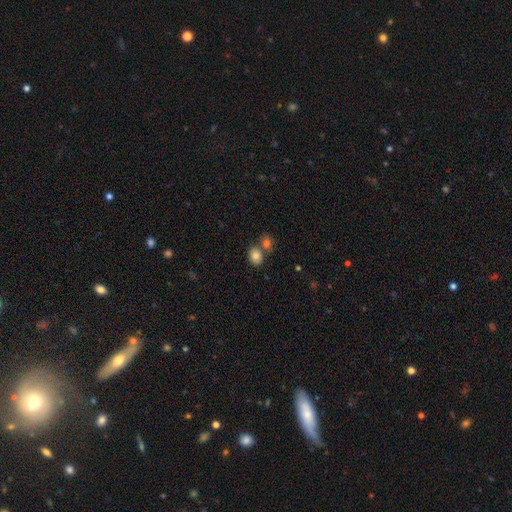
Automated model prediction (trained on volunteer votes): smooth-or-featured: smooth: 81% | star or artifact: 10% | featured or disk: 9%
  how-rounded: round: 54% | in between: 45% | cigar-shaped: 1%
  merging: none: 55% | merger: 33% | minor disturbance: 9% | major disturbance: 3%